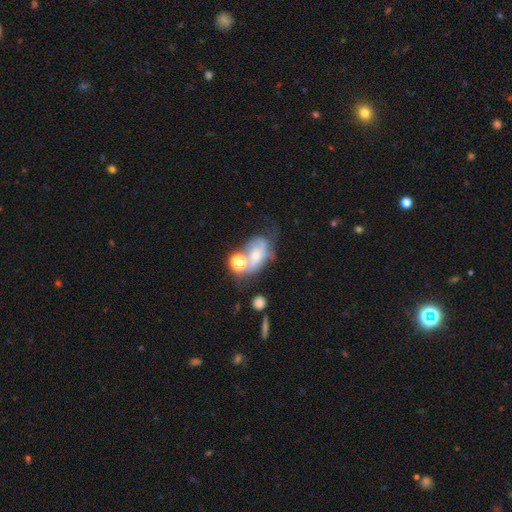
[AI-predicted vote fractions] Morphology: type=smooth (43%); merging=major disturbance (30%).